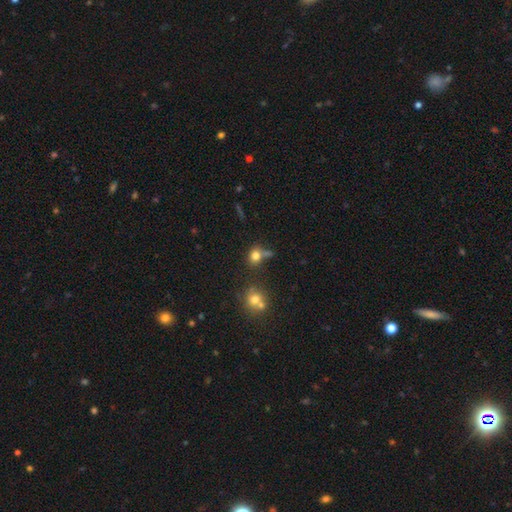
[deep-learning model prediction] Smooth or featured? smooth (77%)
How rounded? round (63%)
Merging? none (58%)